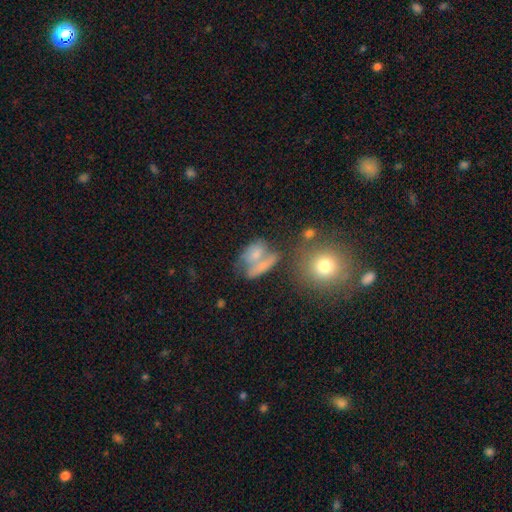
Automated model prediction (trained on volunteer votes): A smooth galaxy with no disk features (58%) that is in between round and cigar-shaped (63%).

Vote fractions:
- Smooth or featured? smooth: 58% / featured or disk: 29% / star or artifact: 13%
- How rounded? in between: 63% / round: 29% / cigar-shaped: 8%
- Merging? merger: 40% / none: 32% / minor disturbance: 16% / major disturbance: 13%